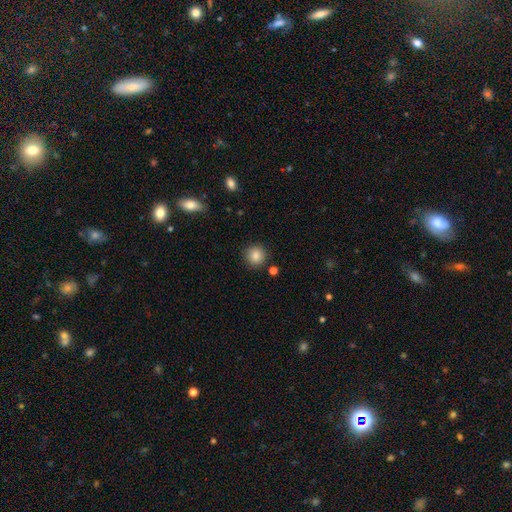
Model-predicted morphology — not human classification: This is clearly a smooth galaxy (86%). How rounded: clearly round (93%). Merging: clearly none (89%).